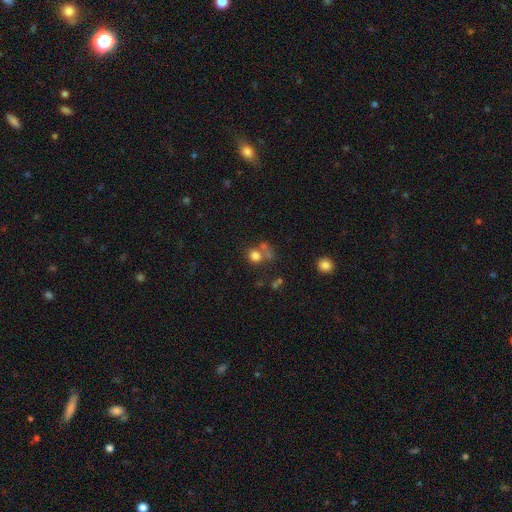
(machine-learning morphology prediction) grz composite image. It shows a smooth galaxy with no disk features (75%) that is round (82%). Merging: none (50%).